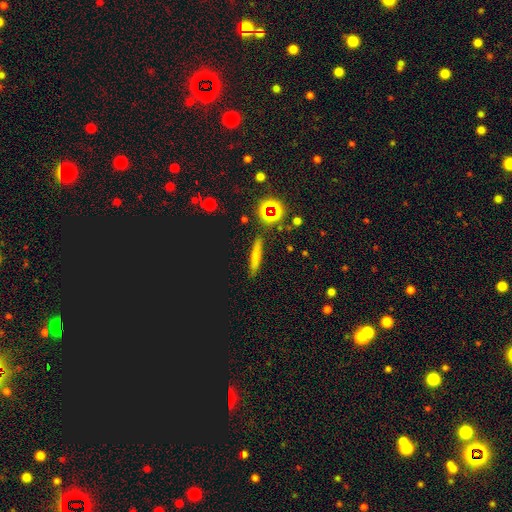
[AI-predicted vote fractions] smooth_or_featured: smooth (p=0.57) [alt: star or artifact p=0.22]
how_rounded: cigar-shaped (p=0.85) [alt: in between p=0.09]
merging: none (p=0.87) [alt: minor disturbance p=0.09]